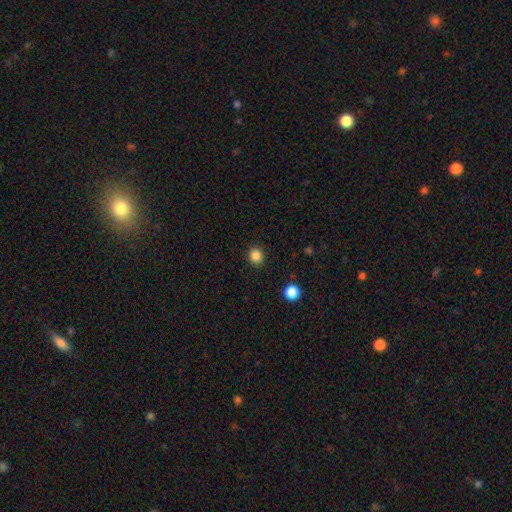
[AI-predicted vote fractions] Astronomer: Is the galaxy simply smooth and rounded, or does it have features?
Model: smooth — 85%.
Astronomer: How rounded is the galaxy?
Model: round — 86%.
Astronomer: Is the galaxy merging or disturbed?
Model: none — 91%.